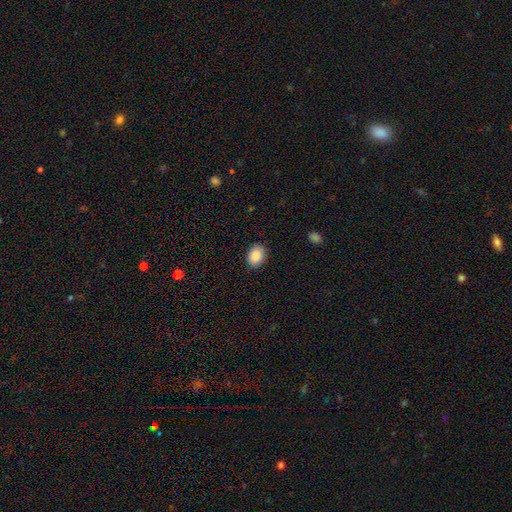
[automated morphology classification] Smooth or featured? Predicted: smooth (p=0.88). How rounded? Predicted: in between (p=0.65). Merging? Predicted: none (p=0.88).